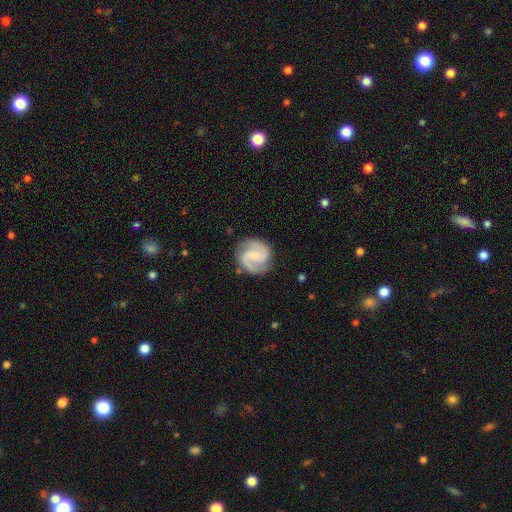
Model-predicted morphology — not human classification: smooth-or-featured: featured or disk: 86% | smooth: 9% | star or artifact: 4%
  disk-edge-on: no: 98% | yes: 2%
    bar: weak: 45% | no: 40% | strong: 15%
    has-spiral-arms: yes: 98% | no: 2%
      spiral-winding: medium: 55% | tight: 31% | loose: 14%
      spiral-arm-count: 2: 93% | can't tell: 2% | 3: 2% | 1: 1% | 4: 1% | more than 4: 1%
    bulge-size: small: 53% | none: 26% | moderate: 19% | large: 2% | dominant: 1%
  merging: none: 83% | minor disturbance: 12% | major disturbance: 4% | merger: 1%